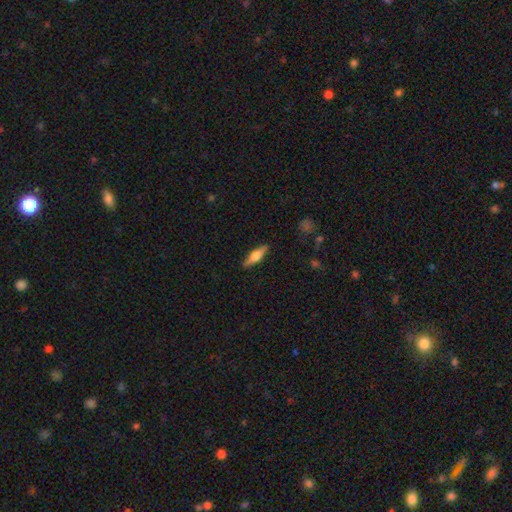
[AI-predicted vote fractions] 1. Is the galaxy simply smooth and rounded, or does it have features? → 52% featured or disk, 42% smooth, 6% star or artifact.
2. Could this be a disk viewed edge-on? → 94% yes, 6% no.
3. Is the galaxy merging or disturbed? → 88% none, 9% minor disturbance, 2% major disturbance, 1% merger.